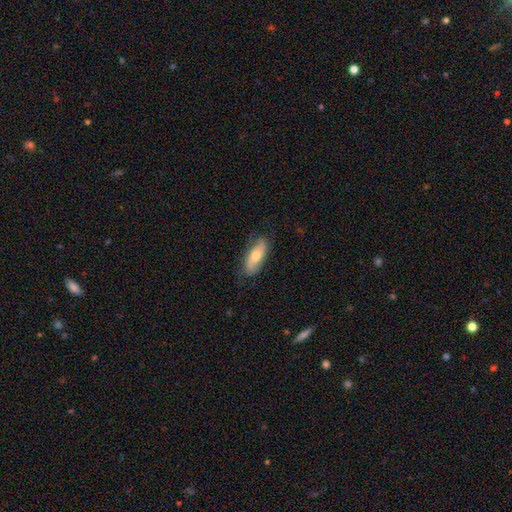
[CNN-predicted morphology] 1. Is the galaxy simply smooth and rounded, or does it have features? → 60% smooth, 34% featured or disk, 6% star or artifact.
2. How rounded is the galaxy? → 72% in between, 25% cigar-shaped, 3% round.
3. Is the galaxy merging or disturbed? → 72% none, 22% minor disturbance, 5% major disturbance, 1% merger.